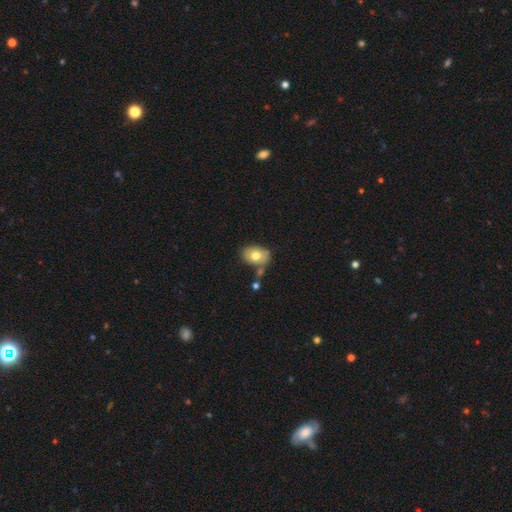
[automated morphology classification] This is likely a smooth galaxy (73%). How rounded: likely in between (76%). Merging: possibly none (57%).